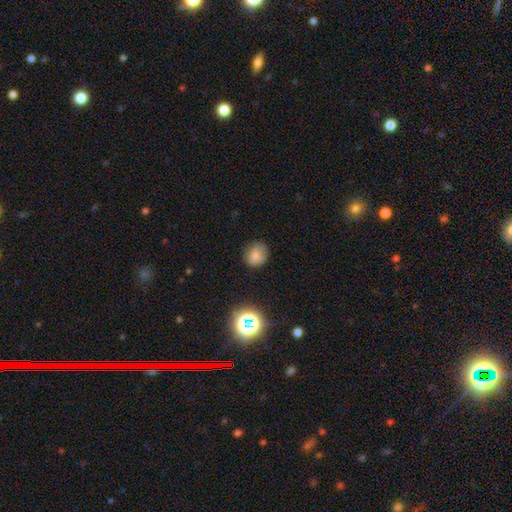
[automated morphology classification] smooth-or-featured: smooth: 77% | star or artifact: 14% | featured or disk: 8%
  how-rounded: round: 73% | in between: 26% | cigar-shaped: 1%
  merging: none: 79% | minor disturbance: 16% | major disturbance: 4% | merger: 1%